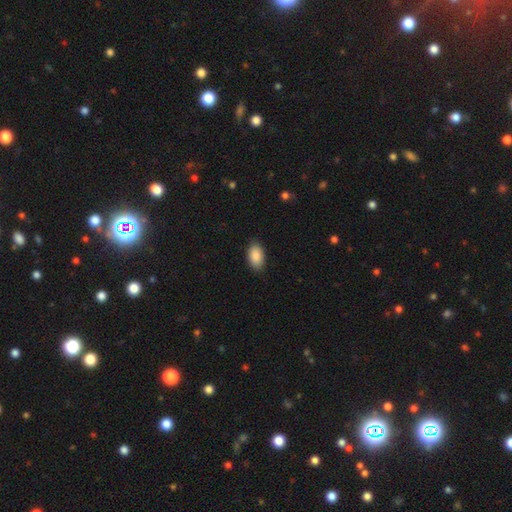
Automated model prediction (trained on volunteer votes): Smooth or featured? Predicted: smooth (p=0.89). How rounded? Predicted: in between (p=0.93). Merging? Predicted: none (p=0.87).